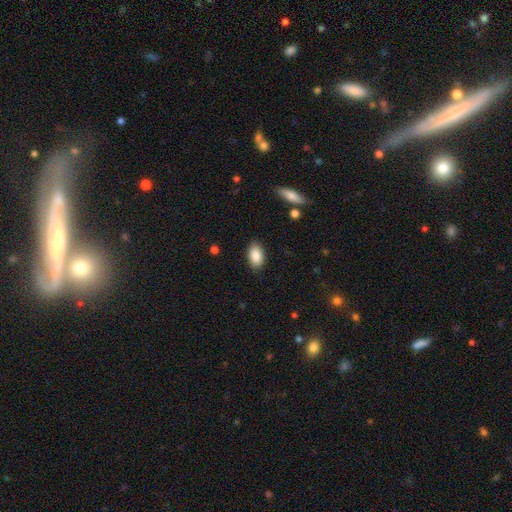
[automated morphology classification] Overall: smooth (87%). How rounded: in between (93%). Merging: none (87%).